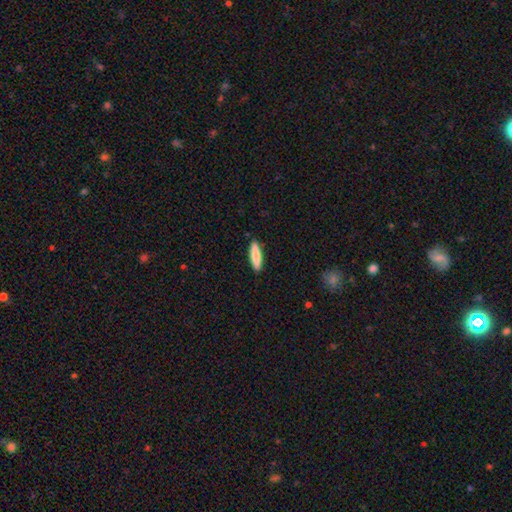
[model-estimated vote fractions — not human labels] A smooth galaxy with no disk features (84%) that is cigar-shaped (76%). Merging: none (90%).